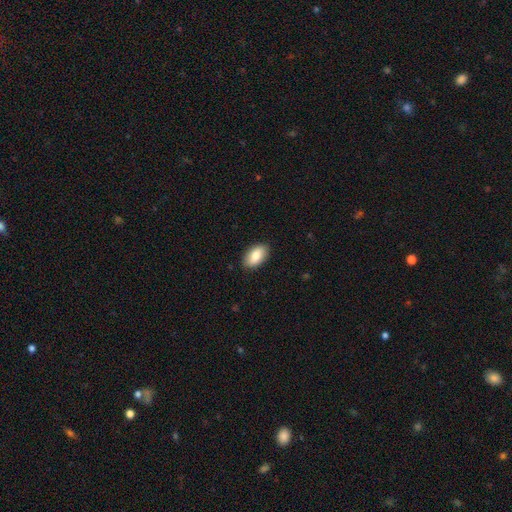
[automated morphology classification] smooth_or_featured: smooth (p=0.82) [alt: featured or disk p=0.12]
how_rounded: in between (p=0.93) [alt: round p=0.05]
merging: none (p=0.88) [alt: minor disturbance p=0.09]